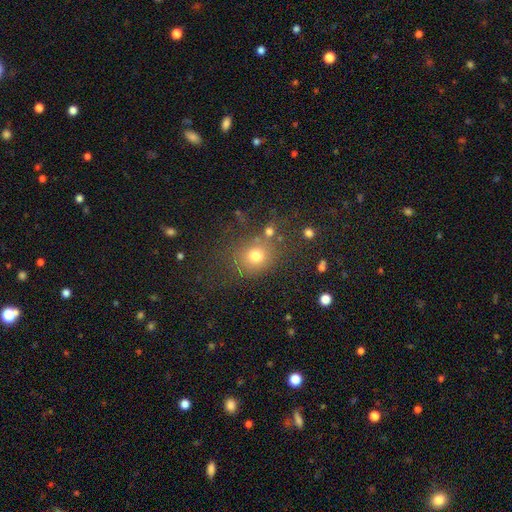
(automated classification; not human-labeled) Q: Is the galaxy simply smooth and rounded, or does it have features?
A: smooth — 75%.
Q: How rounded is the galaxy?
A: round — 74%.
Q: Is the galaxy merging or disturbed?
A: none — 68%.